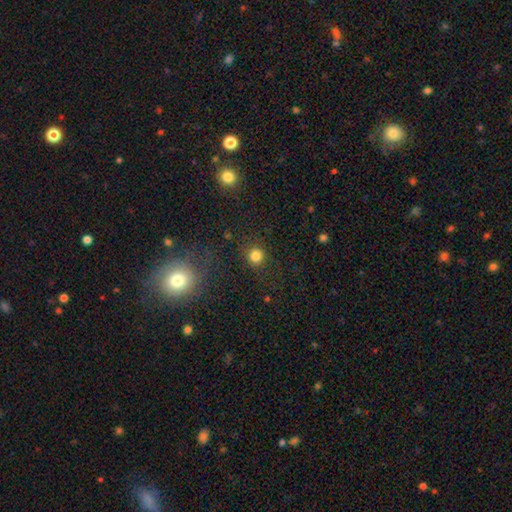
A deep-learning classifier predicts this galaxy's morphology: The model was most divided on "smooth or featured": smooth: 81%, star or artifact: 14%, featured or disk: 5%. More confident: how rounded — round (90%); merging — none (84%).